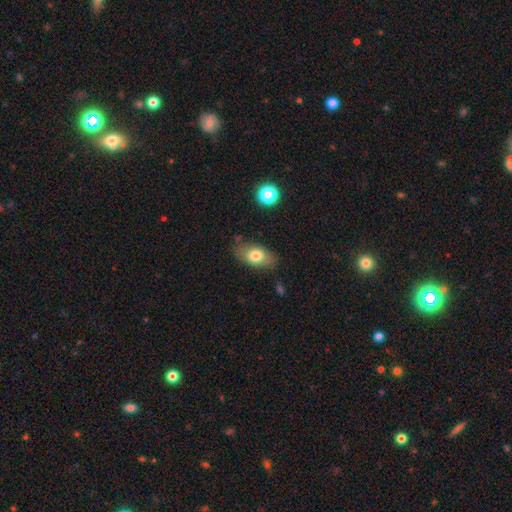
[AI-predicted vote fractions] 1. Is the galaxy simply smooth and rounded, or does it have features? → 76% smooth, 16% featured or disk, 8% star or artifact.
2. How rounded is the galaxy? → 88% in between, 8% round, 3% cigar-shaped.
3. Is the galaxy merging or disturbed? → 76% none, 17% minor disturbance, 4% major disturbance, 3% merger.